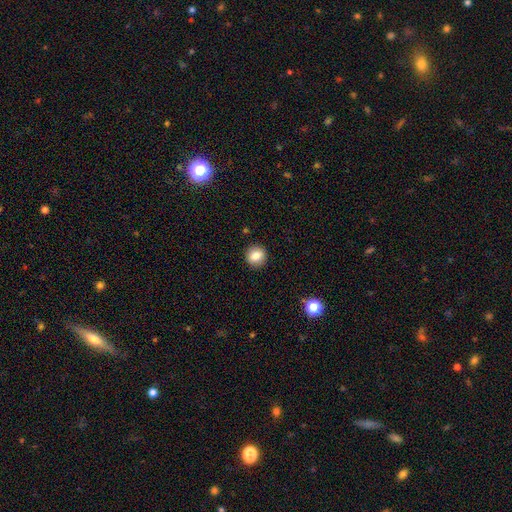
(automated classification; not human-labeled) A smooth galaxy with no disk features (82%) that is round (89%). Merging: none (91%).